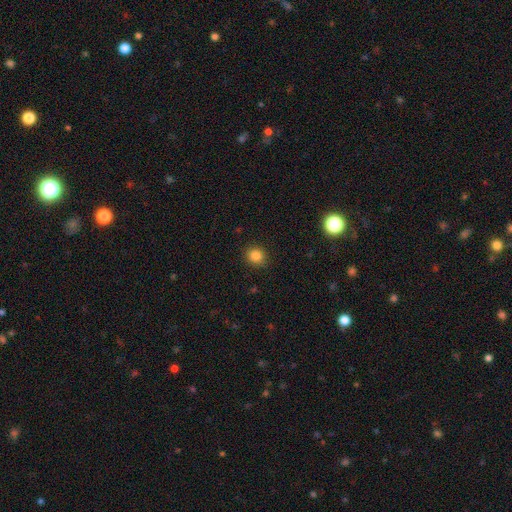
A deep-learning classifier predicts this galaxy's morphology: smooth-or-featured: smooth: 84% | star or artifact: 12% | featured or disk: 4%
  how-rounded: round: 84% | in between: 15% | cigar-shaped: 1%
  merging: none: 89% | minor disturbance: 7% | major disturbance: 2% | merger: 1%